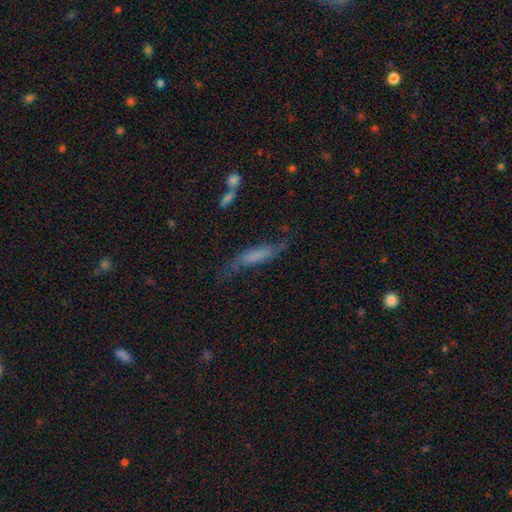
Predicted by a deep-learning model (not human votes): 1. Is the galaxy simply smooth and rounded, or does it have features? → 50% featured or disk, 39% smooth, 10% star or artifact.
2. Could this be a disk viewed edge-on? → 62% no, 38% yes.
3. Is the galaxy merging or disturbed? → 49% none, 26% minor disturbance, 20% major disturbance, 5% merger.